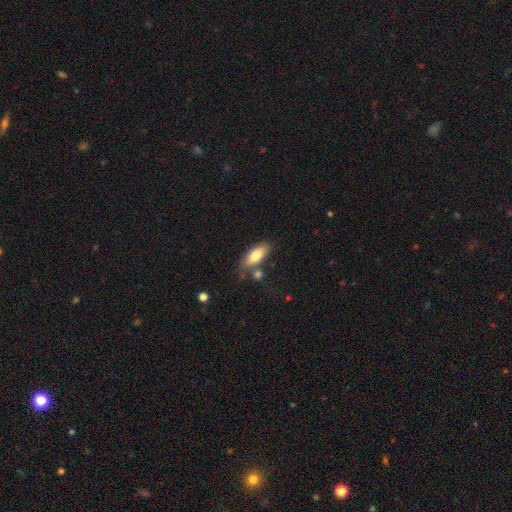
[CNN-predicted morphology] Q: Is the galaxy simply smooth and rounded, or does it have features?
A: smooth — 74%.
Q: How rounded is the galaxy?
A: in between — 79%.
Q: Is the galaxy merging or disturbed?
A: none — 68%.